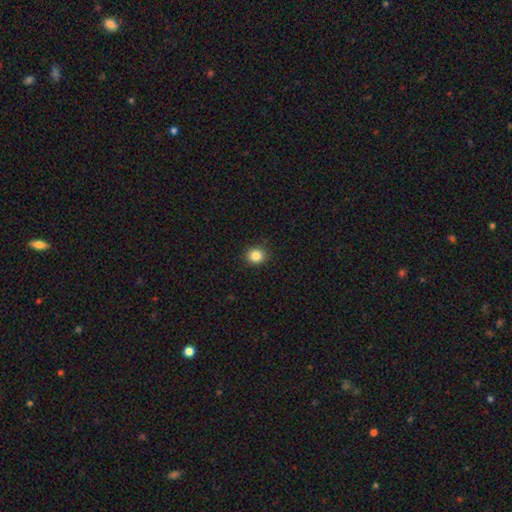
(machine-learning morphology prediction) Smooth or featured? smooth (85%)
How rounded? round (83%)
Merging? none (91%)